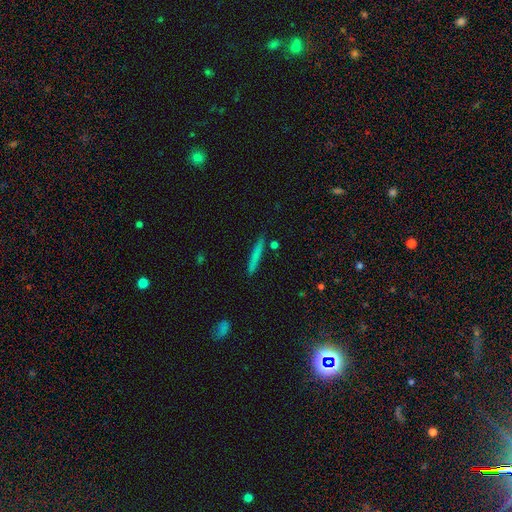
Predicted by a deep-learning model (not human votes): Morphology: type=smooth (70%); roundness=cigar-shaped (95%); merging=none (88%).